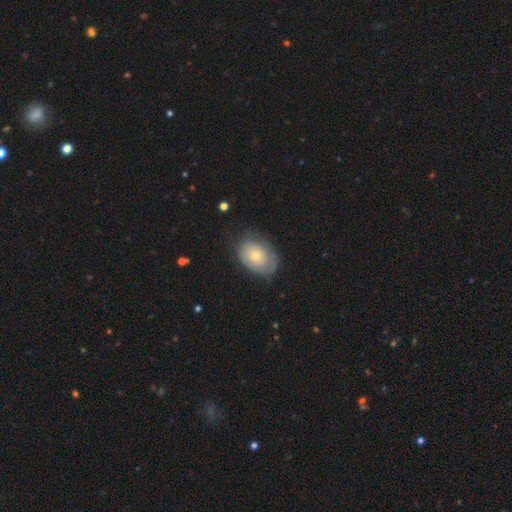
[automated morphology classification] This appears to be a smooth galaxy with no disk features (58%) that is in between round and cigar-shaped (76%). Merging: none (61%).